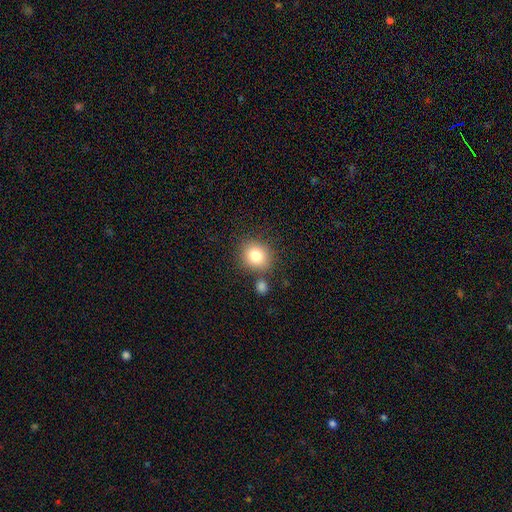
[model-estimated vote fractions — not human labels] Q: Smooth or featured?
A: smooth (82%); runner-up: star or artifact (10%)
Q: How rounded?
A: round (80%); runner-up: in between (19%)
Q: Merging?
A: none (76%); runner-up: minor disturbance (11%)